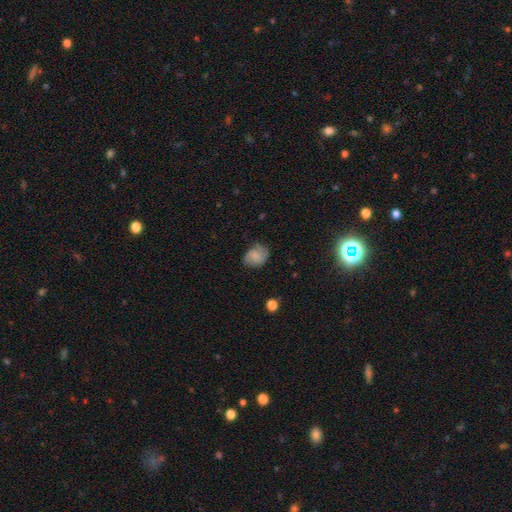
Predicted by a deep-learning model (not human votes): smooth_or_featured: smooth (p=0.69) [alt: featured or disk p=0.22]
how_rounded: in between (p=0.57) [alt: round p=0.42]
merging: none (p=0.61) [alt: minor disturbance p=0.29]